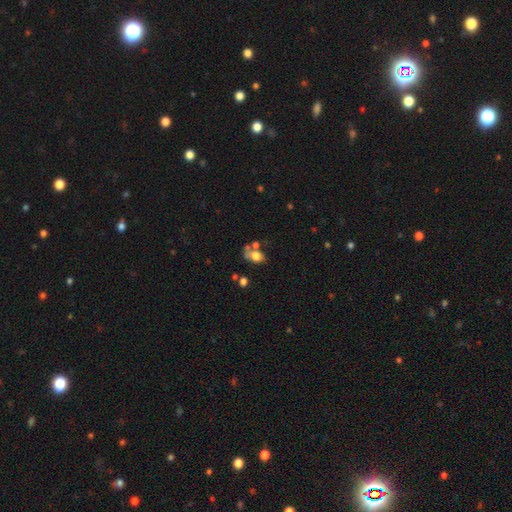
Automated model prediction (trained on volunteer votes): Overall: smooth (67%). How rounded: in between (70%). Merging: none (35%; merger 31%).